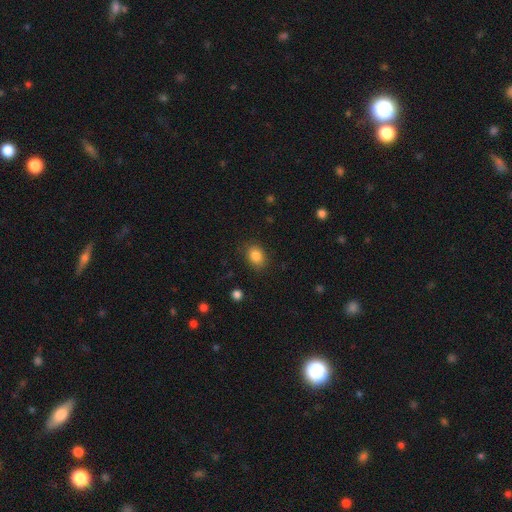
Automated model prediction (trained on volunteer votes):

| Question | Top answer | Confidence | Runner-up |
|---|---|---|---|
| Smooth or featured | smooth | 86% | star or artifact (9%) |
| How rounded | in between | 64% | round (35%) |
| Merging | none | 83% | minor disturbance (12%) |